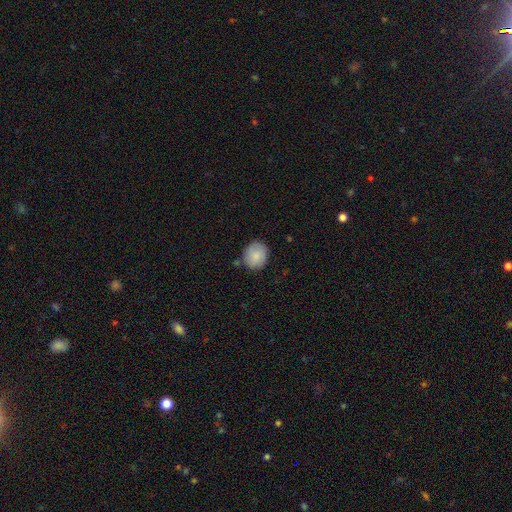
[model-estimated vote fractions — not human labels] Q: Smooth or featured?
A: smooth (84%); runner-up: featured or disk (10%)
Q: How rounded?
A: round (71%); runner-up: in between (28%)
Q: Merging?
A: none (78%); runner-up: minor disturbance (16%)